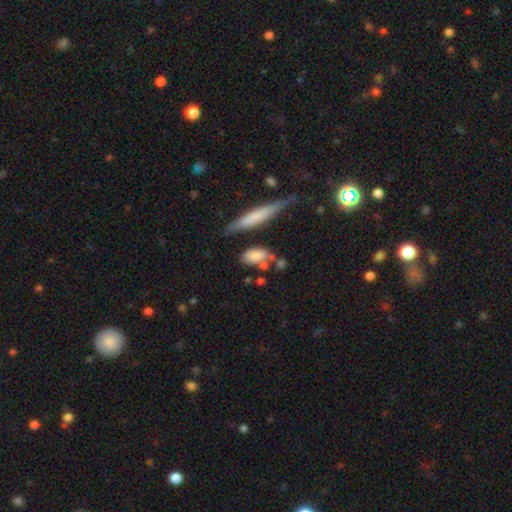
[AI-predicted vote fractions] Smooth or featured? smooth (76%)
How rounded? in between (77%)
Merging? none (54%)